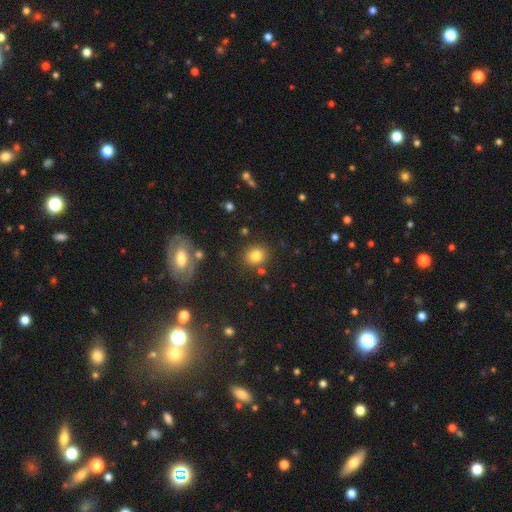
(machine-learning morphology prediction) smooth-or-featured: smooth: 81% | star or artifact: 12% | featured or disk: 8%
  how-rounded: round: 79% | in between: 20% | cigar-shaped: 1%
  merging: none: 82% | minor disturbance: 9% | merger: 6% | major disturbance: 3%